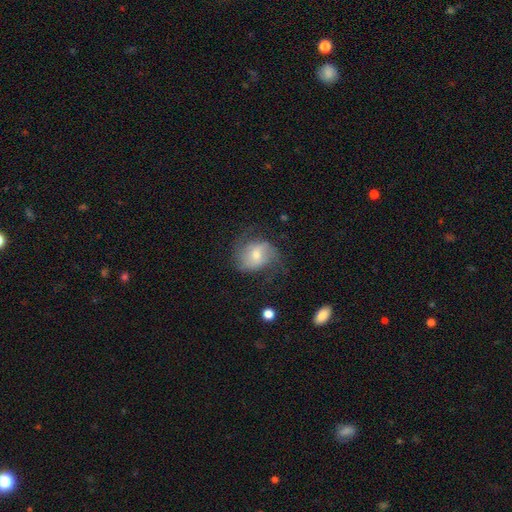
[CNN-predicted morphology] This appears to be a featured or disk galaxy (54%) with a weak bar (44%), spiral arms (82%) and a moderate central bulge (49%). Merging: none (54%).